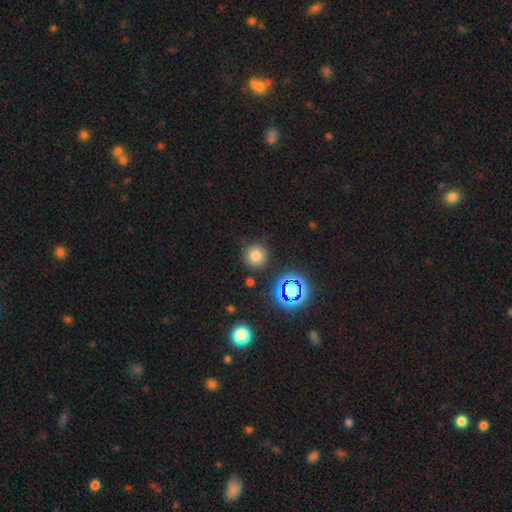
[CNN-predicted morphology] smooth-or-featured: smooth: 72% | star or artifact: 21% | featured or disk: 7%
  how-rounded: round: 95% | in between: 4% | cigar-shaped: 1%
  merging: none: 86% | minor disturbance: 8% | major disturbance: 3% | merger: 3%